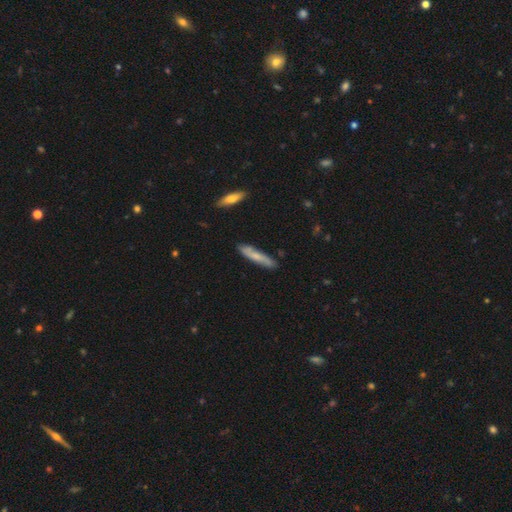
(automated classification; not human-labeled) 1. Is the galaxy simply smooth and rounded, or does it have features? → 62% smooth, 33% featured or disk, 6% star or artifact.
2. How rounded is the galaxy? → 89% cigar-shaped, 9% in between, 2% round.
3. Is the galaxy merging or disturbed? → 84% none, 13% minor disturbance, 2% major disturbance, 2% merger.